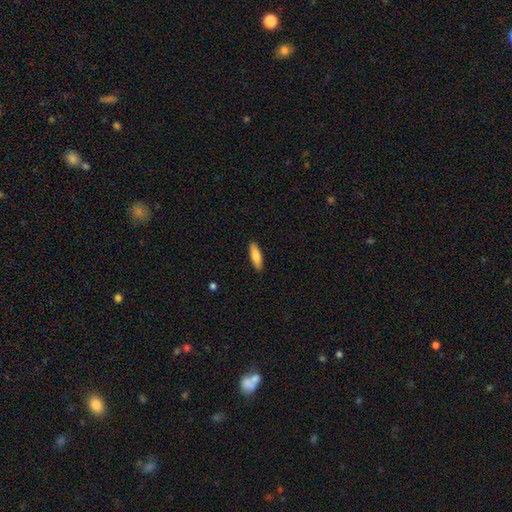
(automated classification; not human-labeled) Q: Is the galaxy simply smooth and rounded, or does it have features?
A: smooth — 80%.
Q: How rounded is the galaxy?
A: cigar-shaped — 56%.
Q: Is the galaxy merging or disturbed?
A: none — 89%.